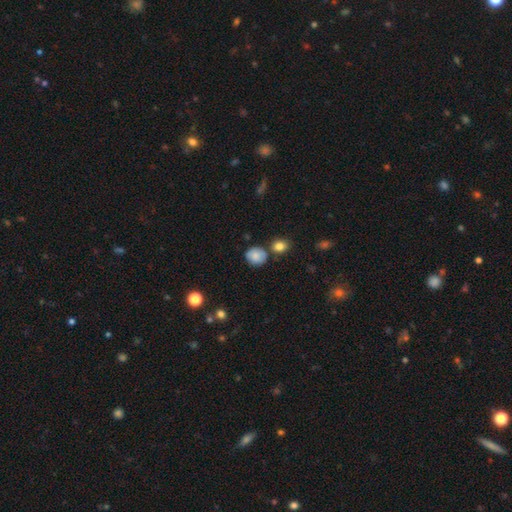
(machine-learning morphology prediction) smooth_or_featured: smooth (p=0.81) [alt: featured or disk p=0.10]
how_rounded: round (p=0.76) [alt: in between p=0.23]
merging: none (p=0.71) [alt: minor disturbance p=0.16]